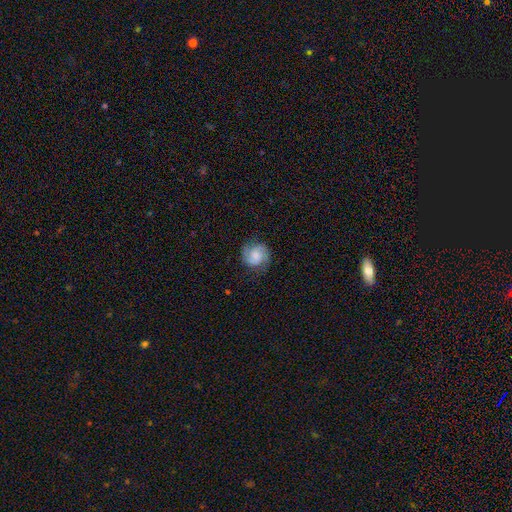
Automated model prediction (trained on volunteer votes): smooth_or_featured: featured or disk (p=0.65) [alt: smooth p=0.27]
disk_edge_on: no (p=0.98) [alt: yes p=0.02]
bar: no (p=0.61) [alt: weak p=0.33]
has_spiral_arms: yes (p=0.95) [alt: no p=0.05]
spiral_winding: medium (p=0.45) [alt: tight p=0.39]
spiral_arm_count: 2 (p=0.81) [alt: can't tell p=0.08]
bulge_size: small (p=0.39) [alt: moderate p=0.35]
merging: none (p=0.79) [alt: minor disturbance p=0.15]